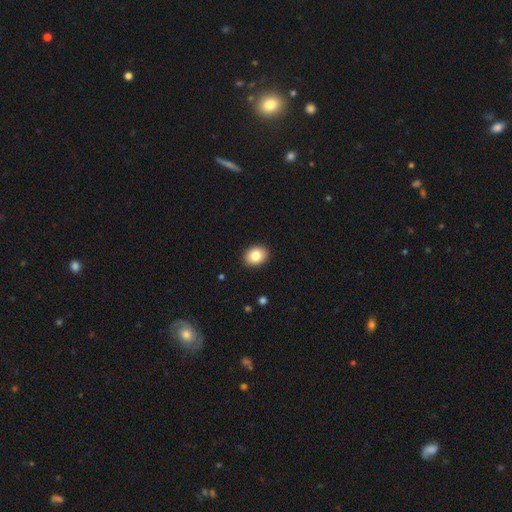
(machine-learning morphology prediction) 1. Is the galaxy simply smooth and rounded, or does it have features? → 83% smooth, 9% featured or disk, 8% star or artifact.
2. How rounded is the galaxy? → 55% in between, 44% round, 1% cigar-shaped.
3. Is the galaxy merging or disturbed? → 91% none, 6% minor disturbance, 2% major disturbance, 1% merger.